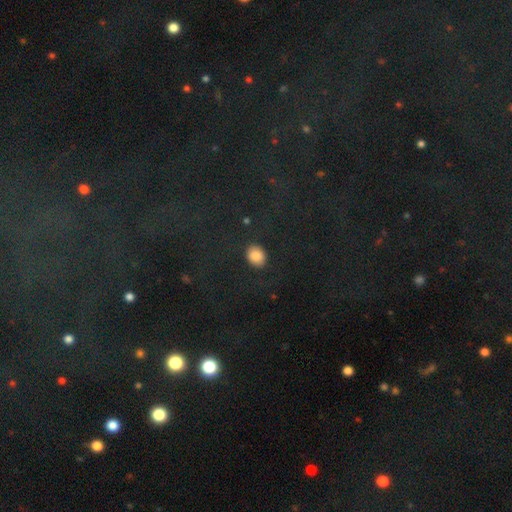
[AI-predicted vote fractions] A smooth galaxy with no disk features (84%) that is in between round and cigar-shaped (55%).

Vote fractions:
- Smooth or featured? smooth: 84% / star or artifact: 10% / featured or disk: 6%
- How rounded? in between: 55% / round: 44% / cigar-shaped: 1%
- Merging? none: 86% / minor disturbance: 9% / major disturbance: 3% / merger: 1%